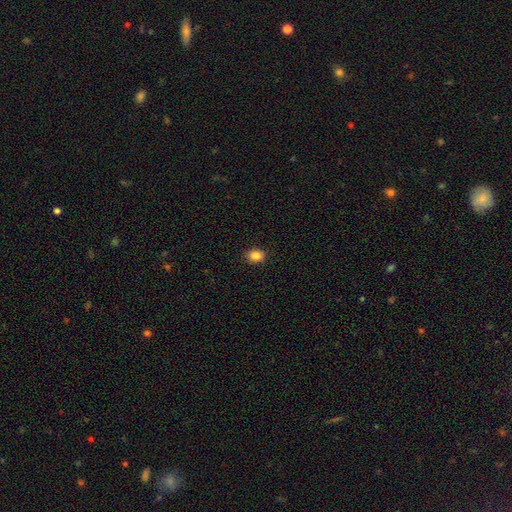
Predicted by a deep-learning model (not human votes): Q: Smooth or featured?
A: smooth (87%); runner-up: star or artifact (9%)
Q: How rounded?
A: in between (65%); runner-up: round (34%)
Q: Merging?
A: none (89%); runner-up: minor disturbance (8%)